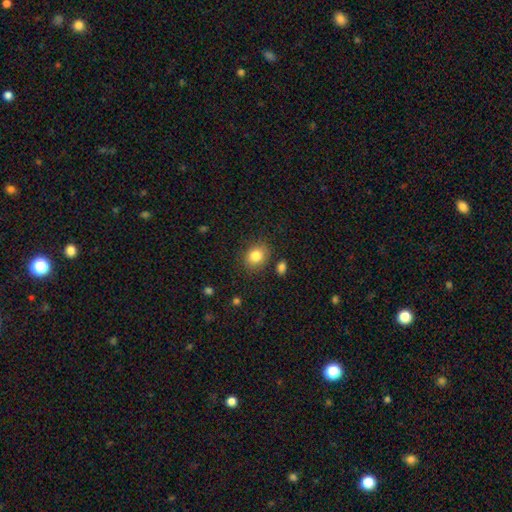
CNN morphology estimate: The model was most divided on "how rounded": round: 51%, in between: 48%, cigar-shaped: 1%. More confident: smooth or featured — smooth (83%); merging — none (82%).